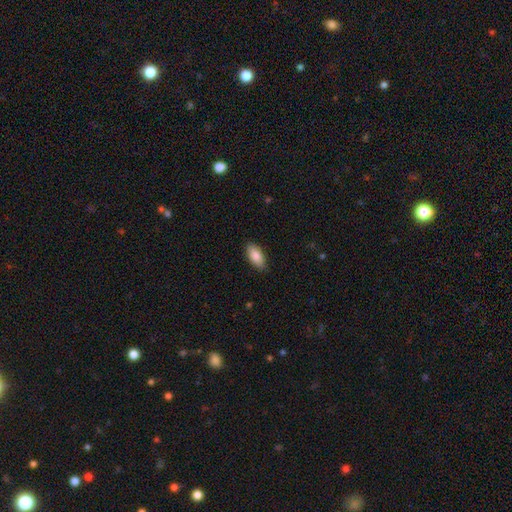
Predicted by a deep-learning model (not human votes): Smooth or featured?
  - smooth: 85% *
  - featured or disk: 9%
  - star or artifact: 6%
How rounded?
  - in between: 91% *
  - cigar-shaped: 7%
  - round: 2%
Merging?
  - none: 87% *
  - minor disturbance: 10%
  - major disturbance: 2%
  - merger: 1%